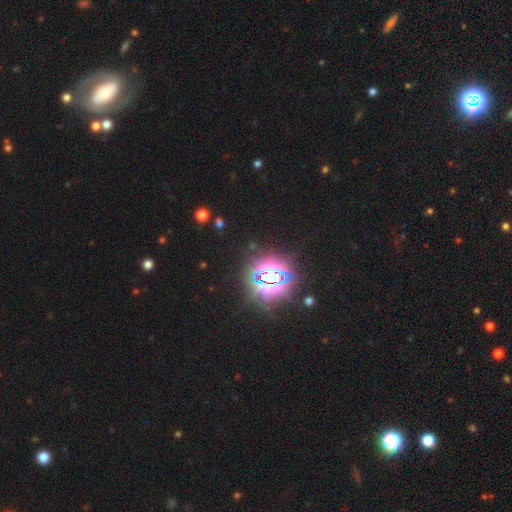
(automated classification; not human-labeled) Morphology: type=star or artifact (80%).